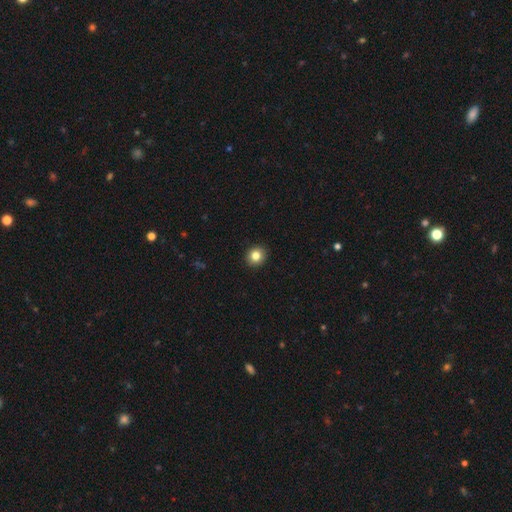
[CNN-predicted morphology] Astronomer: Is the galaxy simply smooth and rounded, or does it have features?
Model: smooth — 83%.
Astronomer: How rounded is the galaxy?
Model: round — 87%.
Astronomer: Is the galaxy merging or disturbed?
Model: none — 93%.